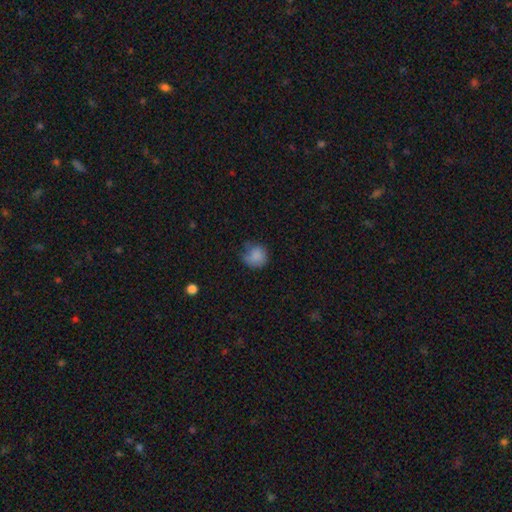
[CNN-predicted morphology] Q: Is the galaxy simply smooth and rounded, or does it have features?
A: smooth — 82%.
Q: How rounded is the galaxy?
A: round — 77%.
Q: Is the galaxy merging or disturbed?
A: none — 48%.